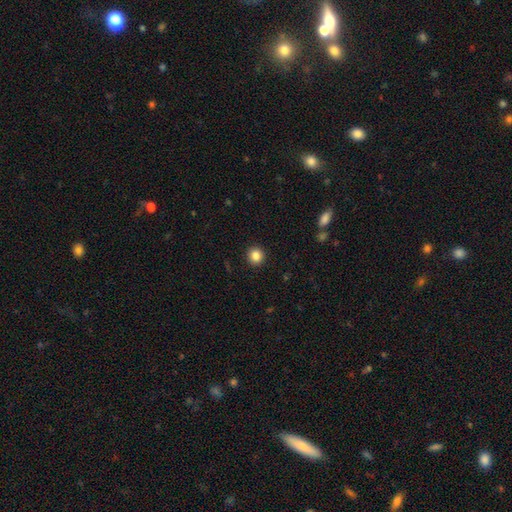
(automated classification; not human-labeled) Smooth or featured? smooth (85%)
How rounded? round (91%)
Merging? none (93%)